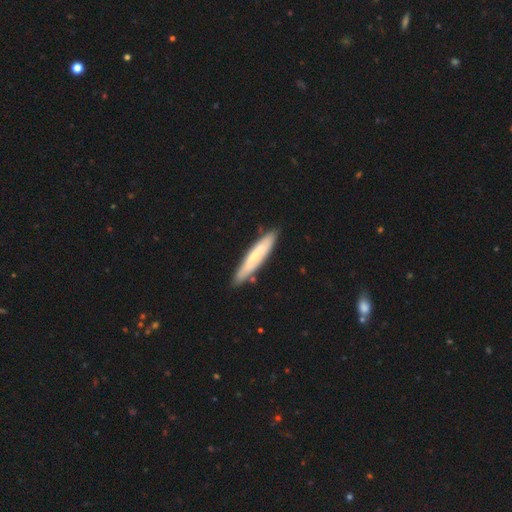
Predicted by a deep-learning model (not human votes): Smooth or featured? Predicted: smooth (p=0.59). How rounded? Predicted: cigar-shaped (p=0.90). Merging? Predicted: none (p=0.84).